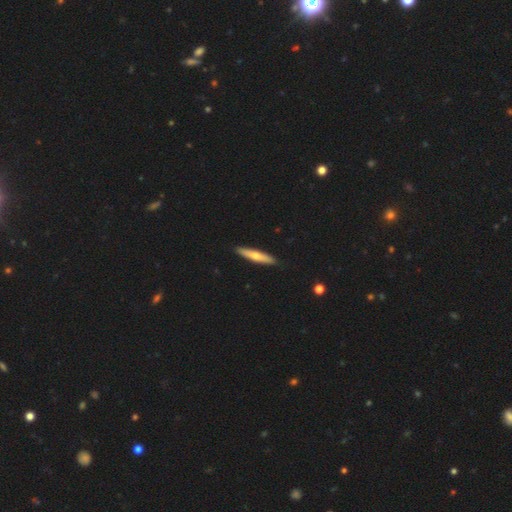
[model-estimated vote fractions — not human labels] This is possibly a smooth galaxy (57%). How rounded: clearly cigar-shaped (89%). Merging: clearly none (91%).